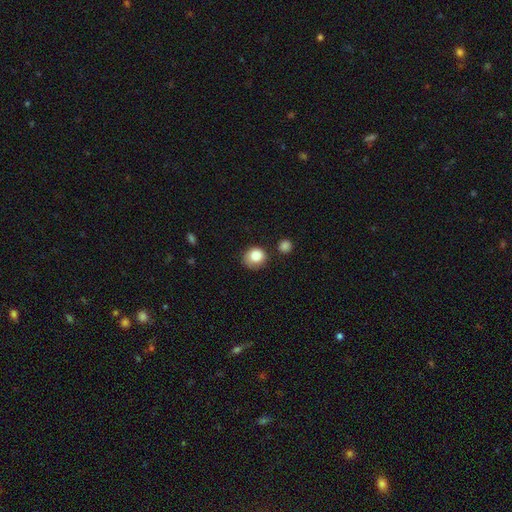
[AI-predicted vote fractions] Q: Smooth or featured?
A: smooth (82%); runner-up: star or artifact (9%)
Q: How rounded?
A: round (78%); runner-up: in between (22%)
Q: Merging?
A: none (70%); runner-up: minor disturbance (20%)